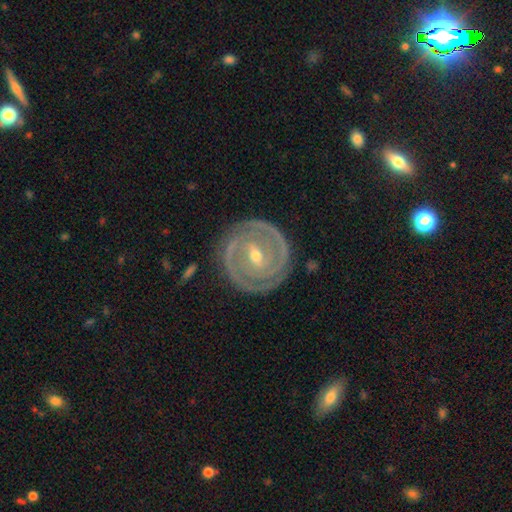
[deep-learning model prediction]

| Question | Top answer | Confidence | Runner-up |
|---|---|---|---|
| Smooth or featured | featured or disk | 90% | smooth (5%) |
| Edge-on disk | no | 97% | yes (3%) |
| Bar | weak | 42% | strong (36%) |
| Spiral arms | yes | 97% | no (3%) |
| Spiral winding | tight | 85% | medium (13%) |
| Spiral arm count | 2 | 77% | 3 (9%) |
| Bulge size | moderate | 51% | small (47%) |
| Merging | none | 86% | minor disturbance (10%) |